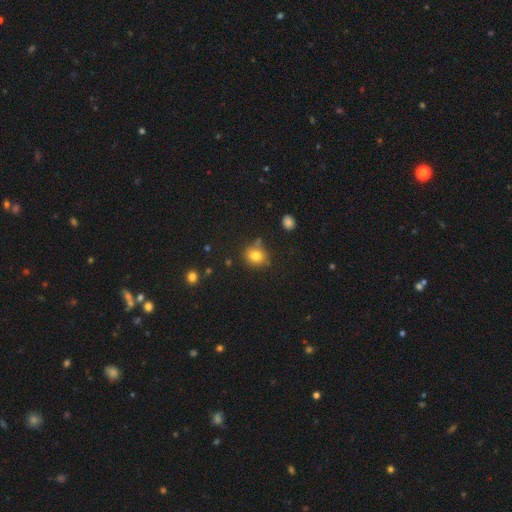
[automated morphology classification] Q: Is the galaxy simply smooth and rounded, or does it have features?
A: smooth — 79%.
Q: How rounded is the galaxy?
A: round — 78%.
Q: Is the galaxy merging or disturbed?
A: none — 73%.